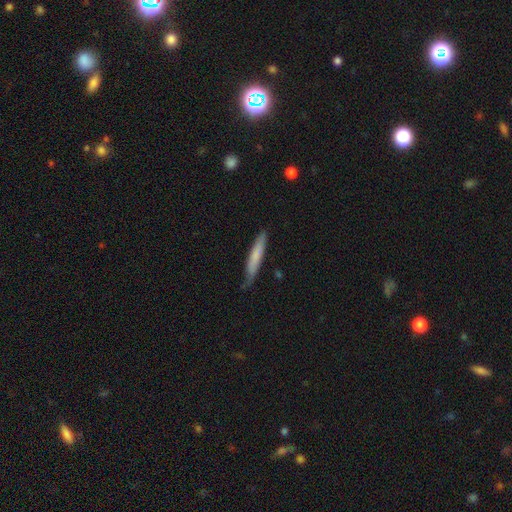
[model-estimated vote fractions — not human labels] A smooth galaxy with no disk features (70%) that is cigar-shaped (93%). Merging: none (72%).